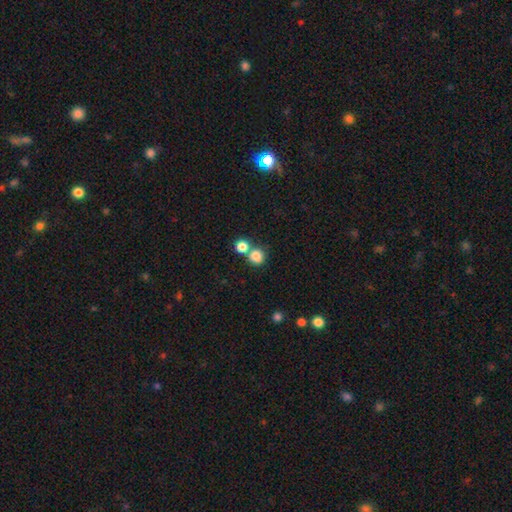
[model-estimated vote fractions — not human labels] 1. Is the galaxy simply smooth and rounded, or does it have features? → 82% smooth, 11% star or artifact, 7% featured or disk.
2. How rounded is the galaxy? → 84% round, 15% in between, 1% cigar-shaped.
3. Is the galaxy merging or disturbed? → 52% none, 38% merger, 7% minor disturbance, 3% major disturbance.